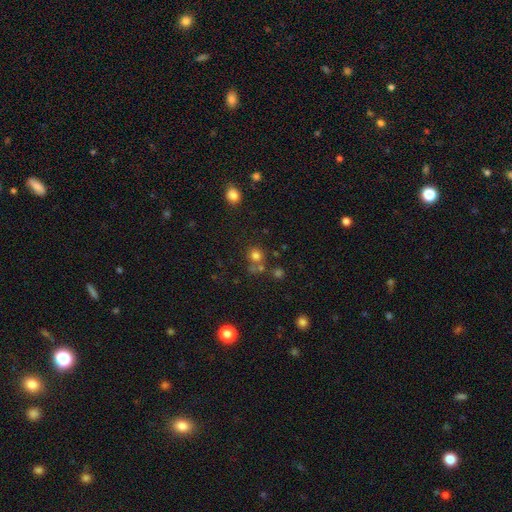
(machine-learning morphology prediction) Q: Smooth or featured?
A: smooth (74%); runner-up: star or artifact (18%)
Q: How rounded?
A: round (87%); runner-up: in between (12%)
Q: Merging?
A: none (61%); runner-up: merger (24%)